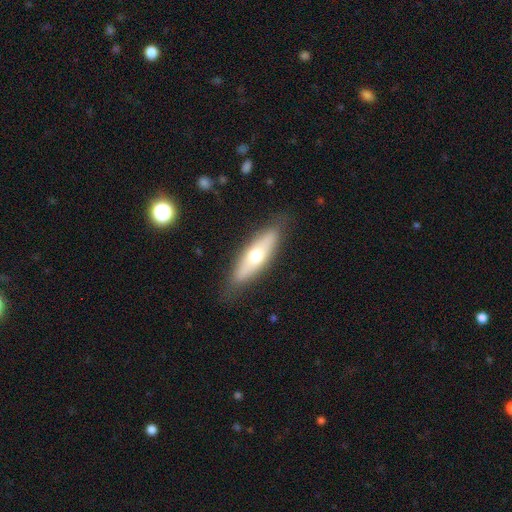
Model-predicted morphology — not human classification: smooth-or-featured: smooth: 54% | featured or disk: 40% | star or artifact: 6%
  how-rounded: cigar-shaped: 56% | in between: 42% | round: 2%
  merging: none: 84% | minor disturbance: 12% | major disturbance: 3% | merger: 1%